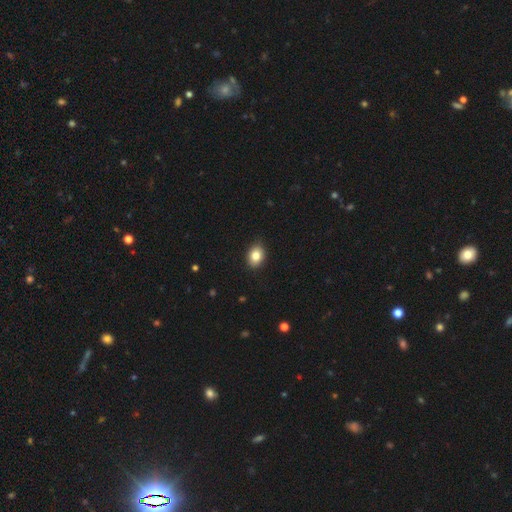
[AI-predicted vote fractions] A smooth galaxy with no disk features (84%) that is in between round and cigar-shaped (71%).

Vote fractions:
- Smooth or featured? smooth: 84% / star or artifact: 9% / featured or disk: 7%
- How rounded? in between: 71% / round: 28% / cigar-shaped: 1%
- Merging? none: 88% / minor disturbance: 9% / major disturbance: 2% / merger: 1%